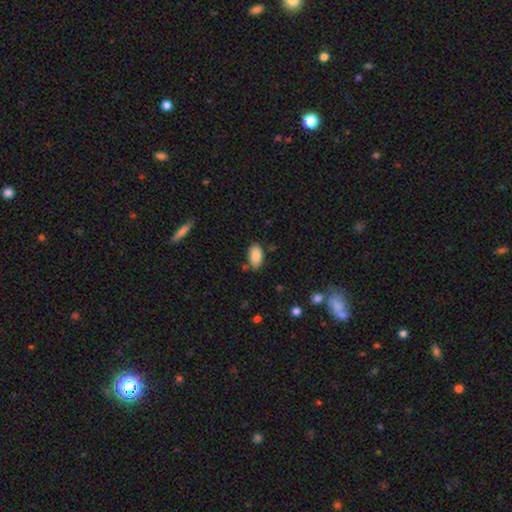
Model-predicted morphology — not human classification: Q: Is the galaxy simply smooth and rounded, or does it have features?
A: smooth — 86%.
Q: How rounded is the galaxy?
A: in between — 94%.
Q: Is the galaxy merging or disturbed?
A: none — 73%.